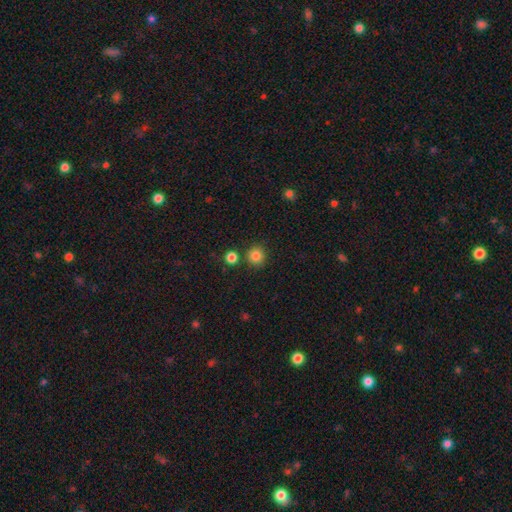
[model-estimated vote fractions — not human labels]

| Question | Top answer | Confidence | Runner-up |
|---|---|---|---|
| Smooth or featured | smooth | 84% | star or artifact (12%) |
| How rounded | round | 92% | in between (7%) |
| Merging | none | 84% | minor disturbance (7%) |